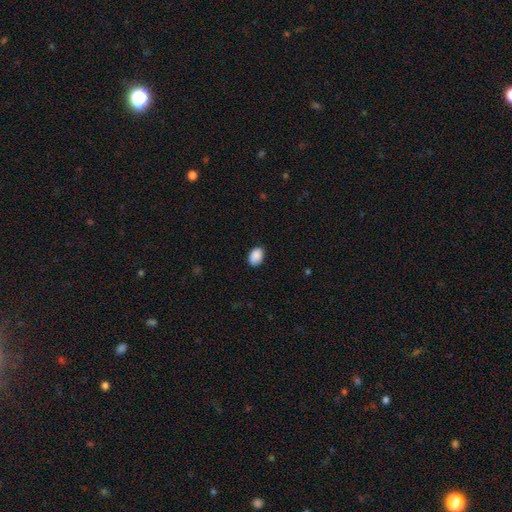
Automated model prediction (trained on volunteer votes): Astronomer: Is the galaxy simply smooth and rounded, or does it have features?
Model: smooth — 90%.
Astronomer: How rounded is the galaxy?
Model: in between — 82%.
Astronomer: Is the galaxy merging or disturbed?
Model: none — 85%.